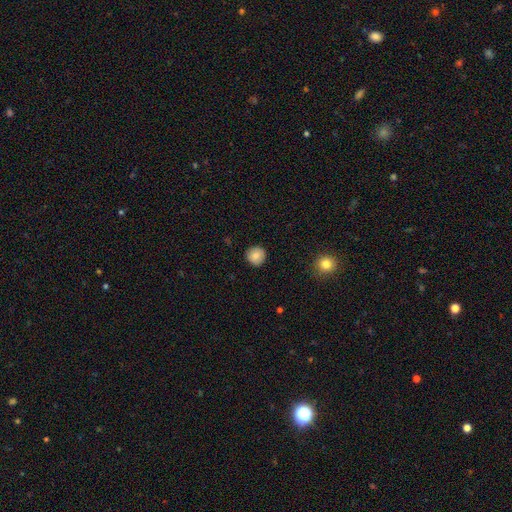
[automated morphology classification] This is clearly a smooth galaxy (83%). How rounded: clearly round (94%). Merging: clearly none (90%).